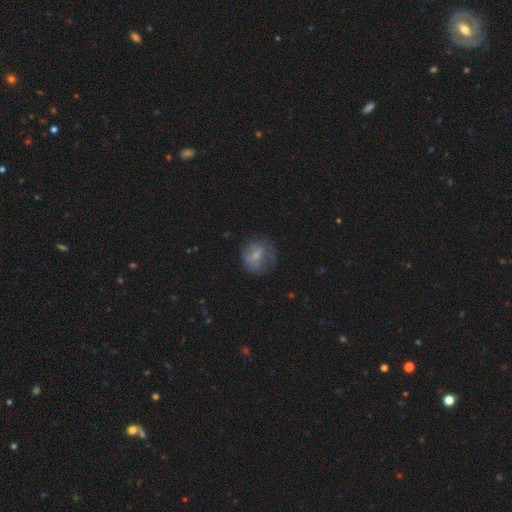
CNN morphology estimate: A smooth galaxy with no disk features (49%). Merging: none (53%).